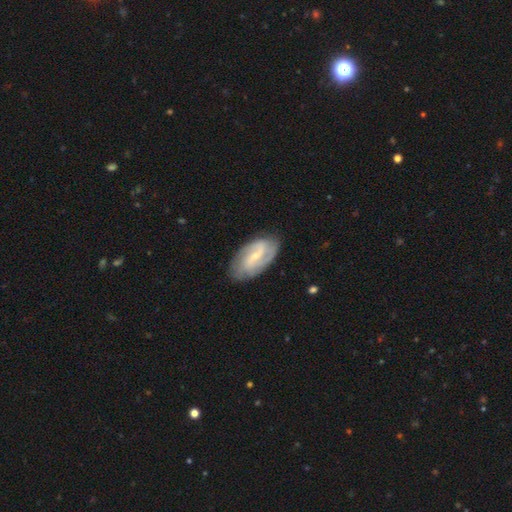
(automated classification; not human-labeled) This appears to be a featured or disk galaxy (78%) with a weak bar (51%), 2 (71%) medium (42%) spiral arms (92%) and a small central bulge (70%). Merging: none (79%).